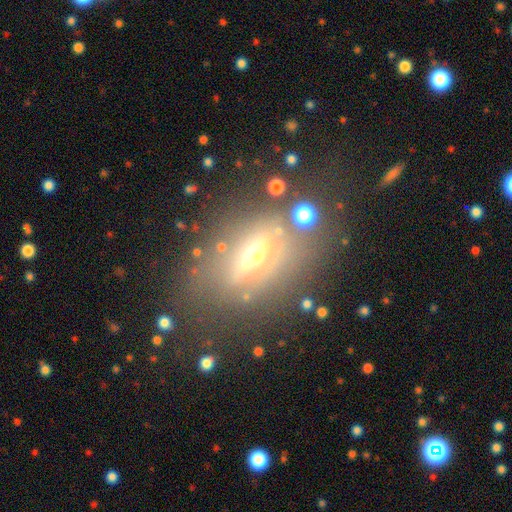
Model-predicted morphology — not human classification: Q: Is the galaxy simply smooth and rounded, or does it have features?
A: featured or disk — 56%.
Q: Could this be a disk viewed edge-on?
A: yes — 56%.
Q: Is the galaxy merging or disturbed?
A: none — 66%.